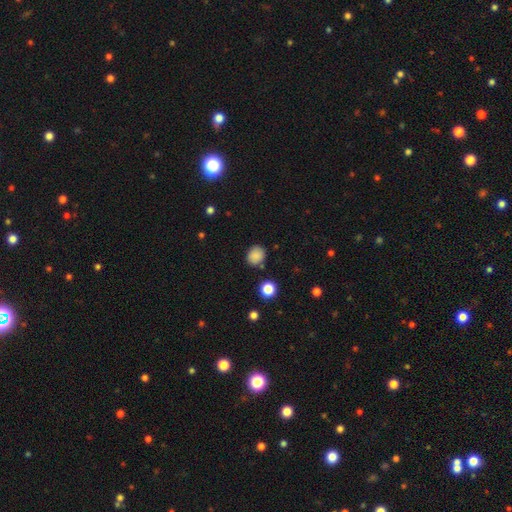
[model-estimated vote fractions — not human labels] A smooth galaxy with no disk features (85%) that is round (67%).

Vote fractions:
- Smooth or featured? smooth: 85% / star or artifact: 11% / featured or disk: 4%
- How rounded? round: 67% / in between: 32% / cigar-shaped: 1%
- Merging? none: 80% / minor disturbance: 13% / merger: 4% / major disturbance: 3%